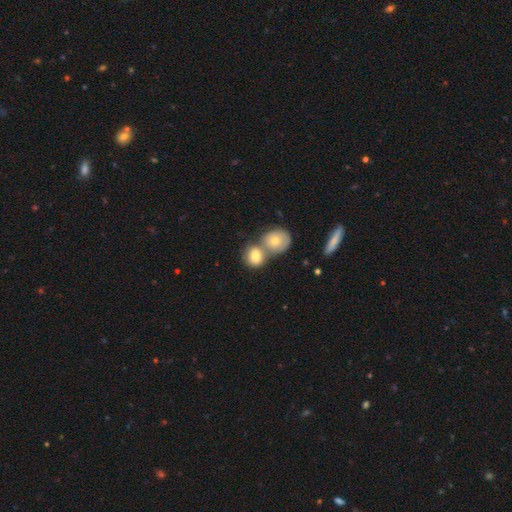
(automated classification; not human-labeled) A smooth galaxy with no disk features (76%) that is round (61%). Merging: merger (61%).